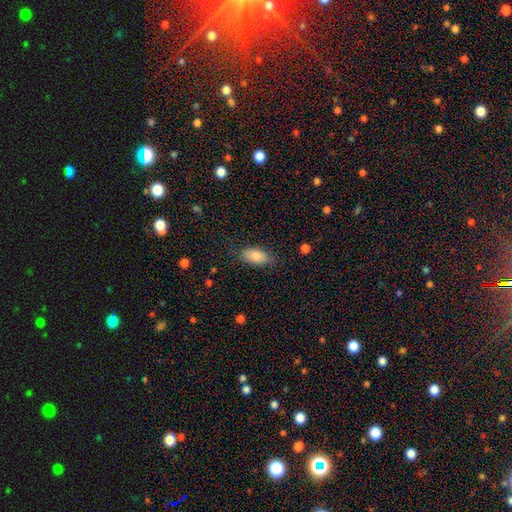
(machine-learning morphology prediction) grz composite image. It shows a smooth galaxy with no disk features (82%) that is in between round and cigar-shaped (89%). Merging: none (81%).